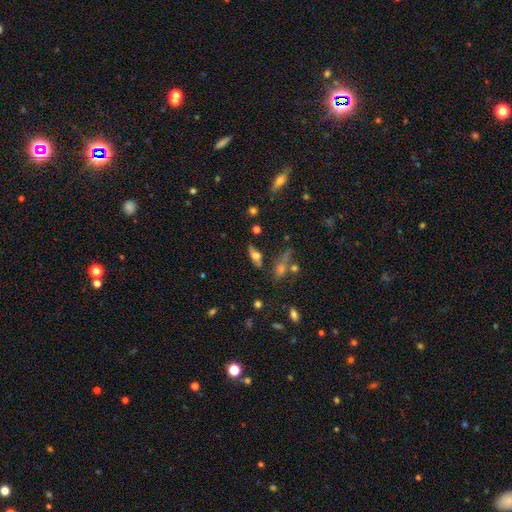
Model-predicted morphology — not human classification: smooth_or_featured: smooth (p=0.53) [alt: featured or disk p=0.34]
how_rounded: in between (p=0.62) [alt: cigar-shaped p=0.32]
merging: none (p=0.62) [alt: minor disturbance p=0.18]